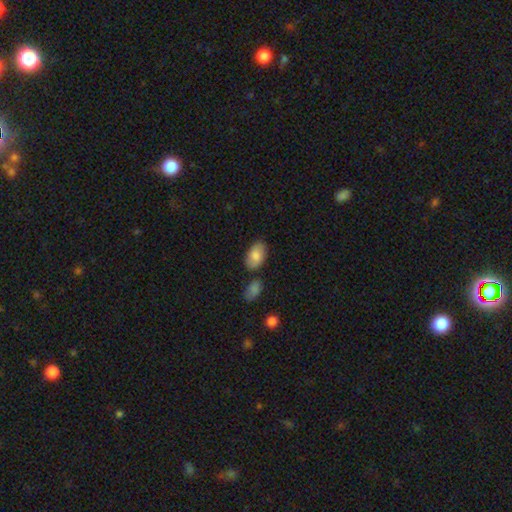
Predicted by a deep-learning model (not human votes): Overall: smooth (84%). How rounded: in between (93%). Merging: none (76%).